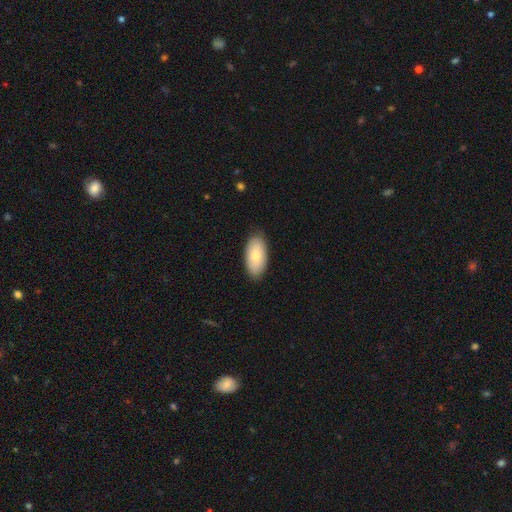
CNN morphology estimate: This is likely a smooth galaxy (80%). How rounded: clearly in between (94%). Merging: clearly none (86%).